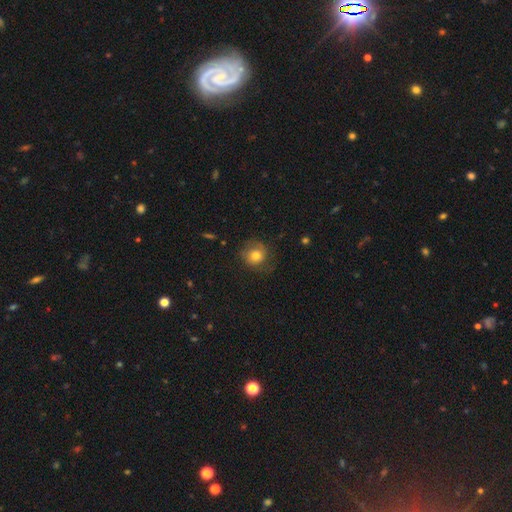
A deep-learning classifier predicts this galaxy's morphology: smooth_or_featured: smooth (p=0.71) [alt: featured or disk p=0.19]
how_rounded: round (p=0.84) [alt: in between p=0.16]
merging: none (p=0.64) [alt: minor disturbance p=0.22]